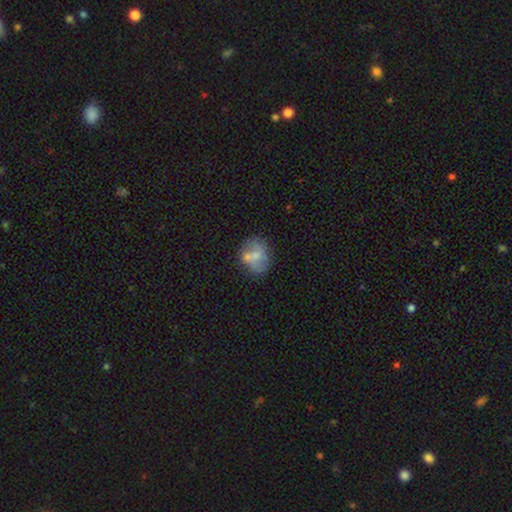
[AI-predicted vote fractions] Smooth or featured?
  - smooth: 54% *
  - featured or disk: 37%
  - star or artifact: 10%
How rounded?
  - round: 55% *
  - in between: 43%
  - cigar-shaped: 2%
Merging?
  - none: 51% *
  - merger: 23%
  - minor disturbance: 19%
  - major disturbance: 7%